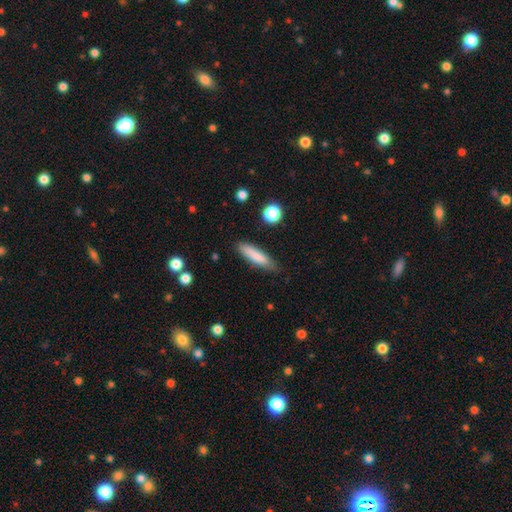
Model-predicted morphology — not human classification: smooth-or-featured: smooth: 80% | featured or disk: 13% | star or artifact: 7%
  how-rounded: cigar-shaped: 76% | in between: 23% | round: 2%
  merging: none: 81% | minor disturbance: 14% | major disturbance: 3% | merger: 2%